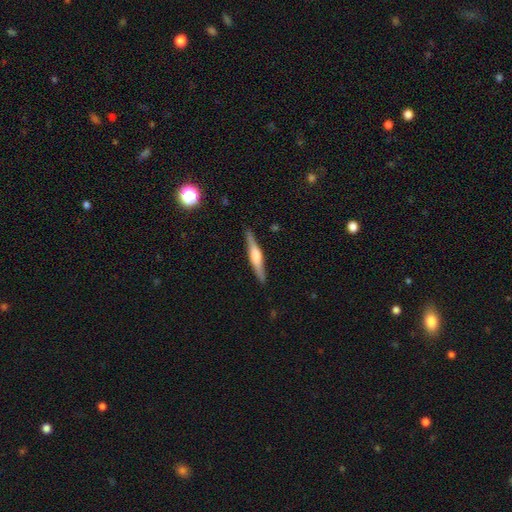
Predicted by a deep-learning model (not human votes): Morphology: type=featured or disk (62%); edge-on=yes (97%); edge-on bulge=rounded (69%); merging=none (88%).